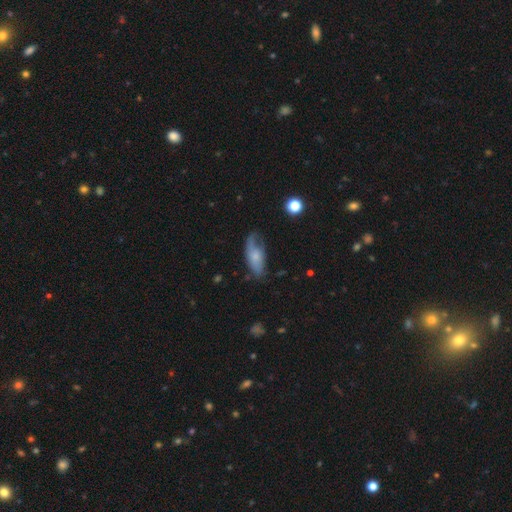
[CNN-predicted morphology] smooth_or_featured: smooth (p=0.54) [alt: featured or disk p=0.39]
how_rounded: in between (p=0.81) [alt: cigar-shaped p=0.15]
merging: none (p=0.49) [alt: minor disturbance p=0.32]